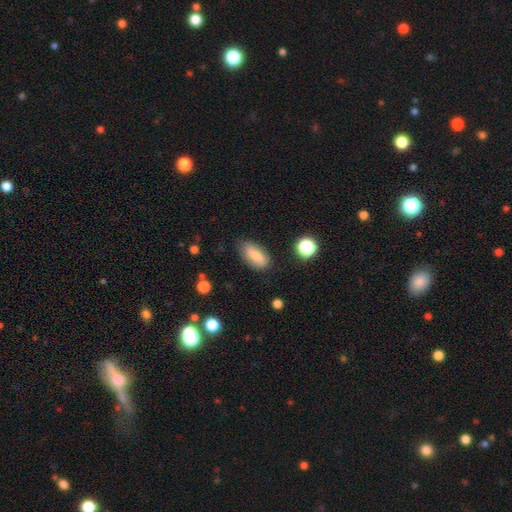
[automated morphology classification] type=smooth (79%); roundness=in between (85%); merging=none (75%).